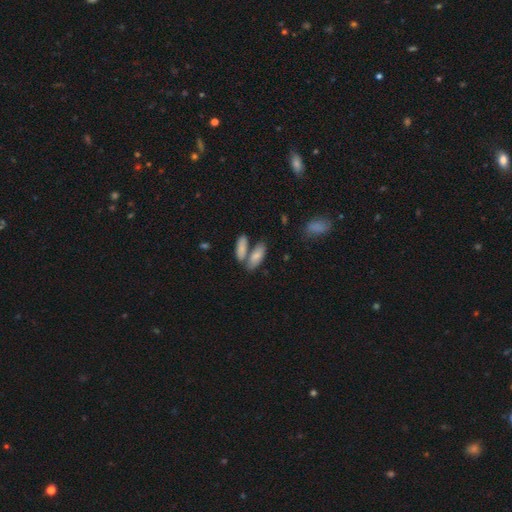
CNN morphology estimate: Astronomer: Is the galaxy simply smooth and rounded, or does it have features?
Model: smooth — 72%.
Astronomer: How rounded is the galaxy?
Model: in between — 70%.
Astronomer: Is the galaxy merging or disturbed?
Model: none — 45% (runner-up: merger, 39%).